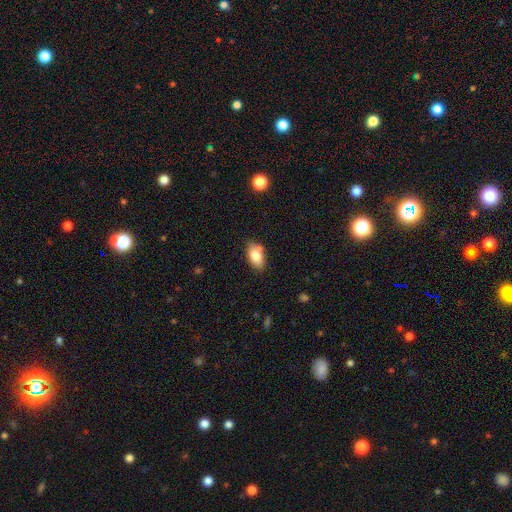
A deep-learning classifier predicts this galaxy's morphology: Smooth or featured: smooth — 81% (featured or disk — 11%)
How rounded: in between — 91% (round — 6%)
Merging: none — 73% (minor disturbance — 17%)